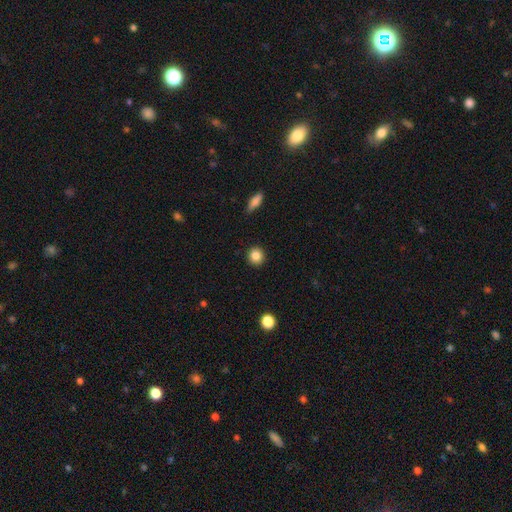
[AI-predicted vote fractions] Smooth or featured: smooth — 86% (star or artifact — 10%)
How rounded: round — 91% (in between — 8%)
Merging: none — 91% (minor disturbance — 6%)